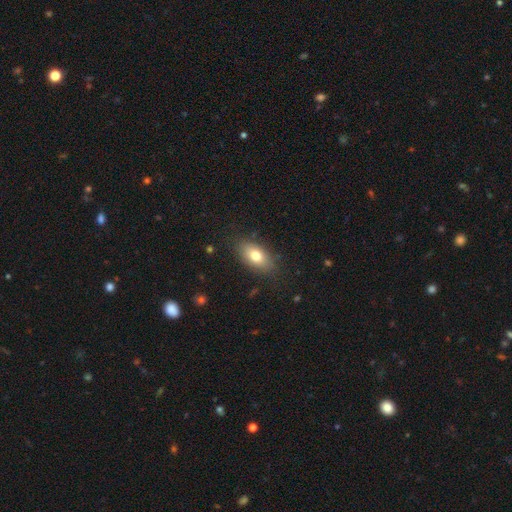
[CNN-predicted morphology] smooth-or-featured: smooth: 75% | featured or disk: 17% | star or artifact: 8%
  how-rounded: in between: 87% | round: 7% | cigar-shaped: 6%
  merging: none: 83% | minor disturbance: 12% | major disturbance: 3% | merger: 1%